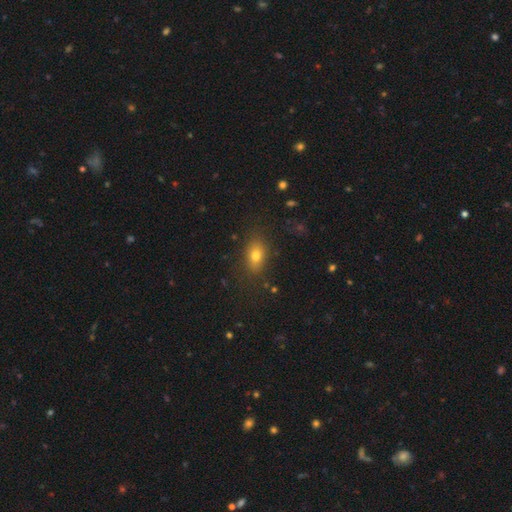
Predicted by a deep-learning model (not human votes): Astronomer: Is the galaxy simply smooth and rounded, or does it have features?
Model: smooth — 76%.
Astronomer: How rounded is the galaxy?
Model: in between — 78%.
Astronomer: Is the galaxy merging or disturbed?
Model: none — 82%.